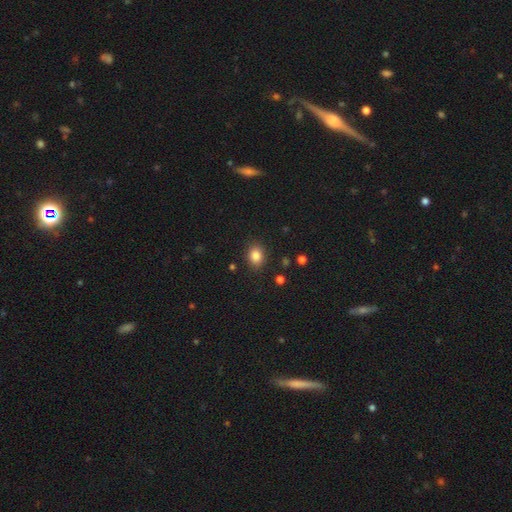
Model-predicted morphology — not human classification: type=smooth (84%); roundness=round (52%); merging=none (87%).